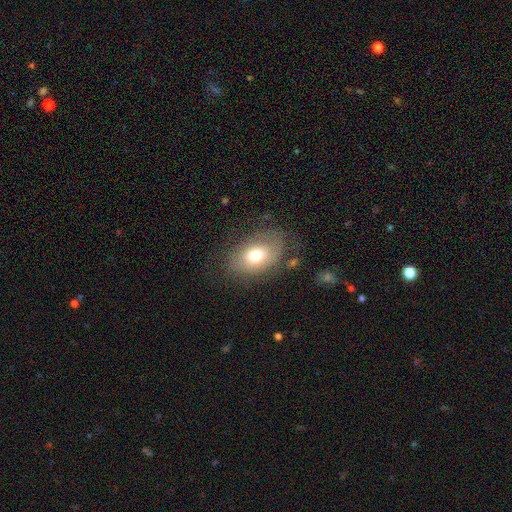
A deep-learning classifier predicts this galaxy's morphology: smooth-or-featured: smooth: 67% | featured or disk: 24% | star or artifact: 9%
  how-rounded: in between: 82% | round: 17% | cigar-shaped: 1%
  merging: none: 64% | minor disturbance: 22% | major disturbance: 12% | merger: 3%